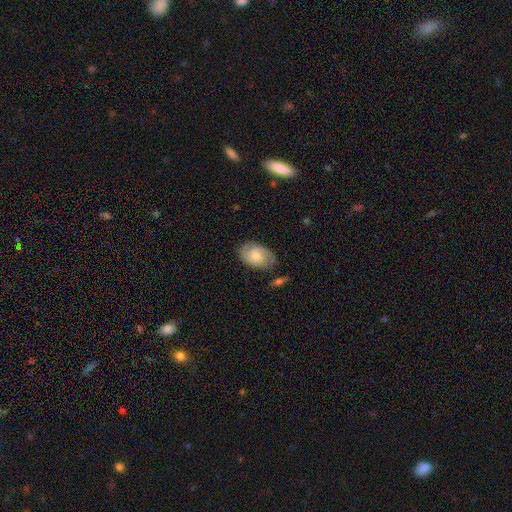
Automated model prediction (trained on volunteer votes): featured or disk 57%, smooth 36%, star or artifact 7%. Down the decision tree: edge-on disk — no (96%); bar — no (69%); spiral arms — yes (89%); bulge size — small (62%); merging — none (71%).